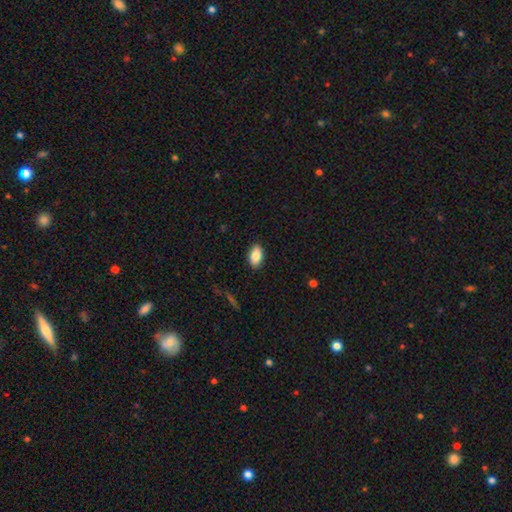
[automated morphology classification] smooth 85%, featured or disk 8%, star or artifact 7%. Down the decision tree: how rounded — in between (92%); merging — none (89%).